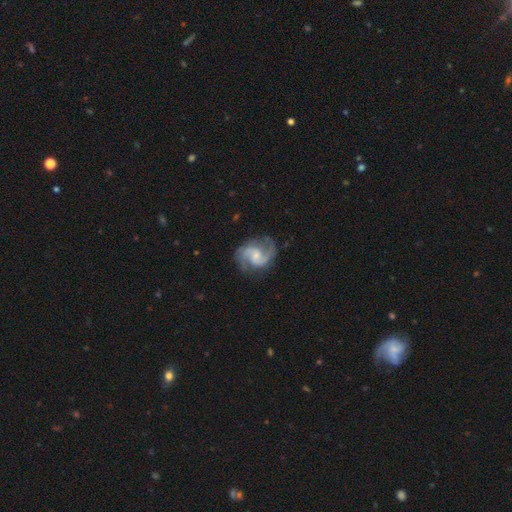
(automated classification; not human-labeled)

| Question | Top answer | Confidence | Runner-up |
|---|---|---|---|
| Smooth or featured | featured or disk | 88% | smooth (7%) |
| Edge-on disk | no | 98% | yes (2%) |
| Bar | no | 46% | tied: weak (46%) |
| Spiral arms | yes | 97% | no (3%) |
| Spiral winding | medium | 56% | loose (26%) |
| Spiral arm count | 2 | 89% | can't tell (4%) |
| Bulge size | small | 52% | moderate (34%) |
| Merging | none | 76% | minor disturbance (15%) |